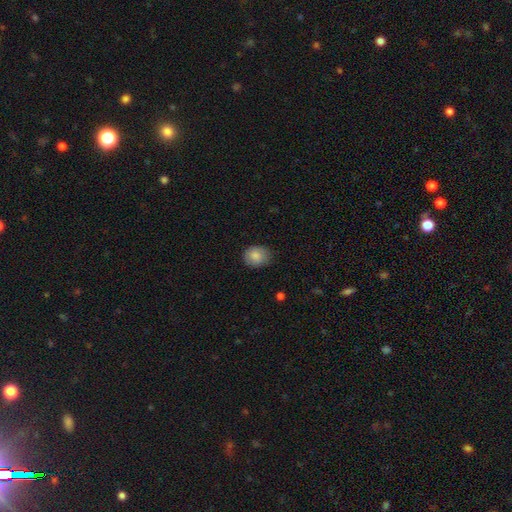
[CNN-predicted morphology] Smooth or featured? Predicted: smooth (p=0.86). How rounded? Predicted: round (p=0.55). Merging? Predicted: none (p=0.80).